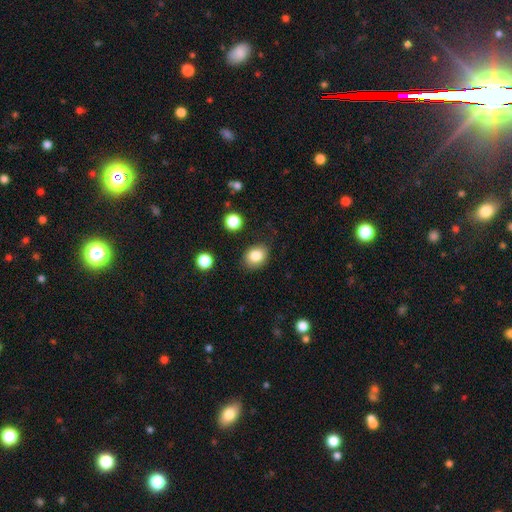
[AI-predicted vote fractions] Smooth or featured? Predicted: smooth (p=0.83). How rounded? Predicted: in between (p=0.52). Merging? Predicted: none (p=0.82).